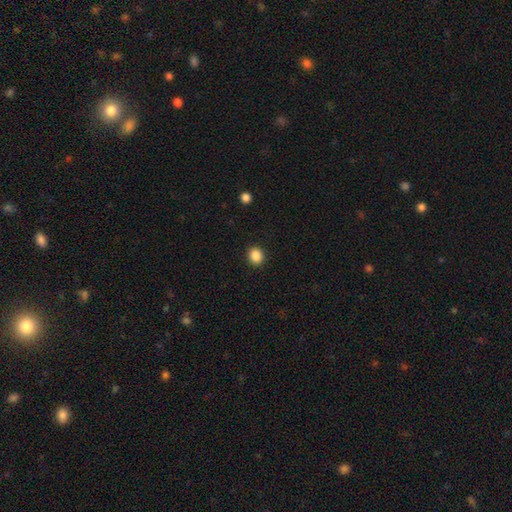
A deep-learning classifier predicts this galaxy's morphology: Smooth or featured? smooth (87%)
How rounded? round (79%)
Merging? none (92%)